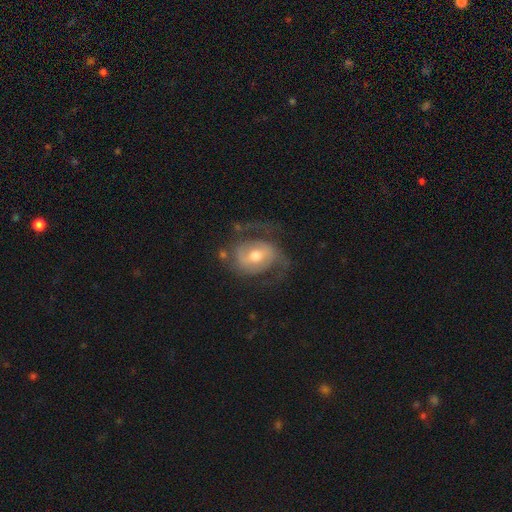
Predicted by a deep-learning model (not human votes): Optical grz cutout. It shows a featured or disk galaxy (78%) with a weak bar (45%), 2 (78%) medium (48%) spiral arms (87%) and a moderate central bulge (71%). Merging: none (57%).